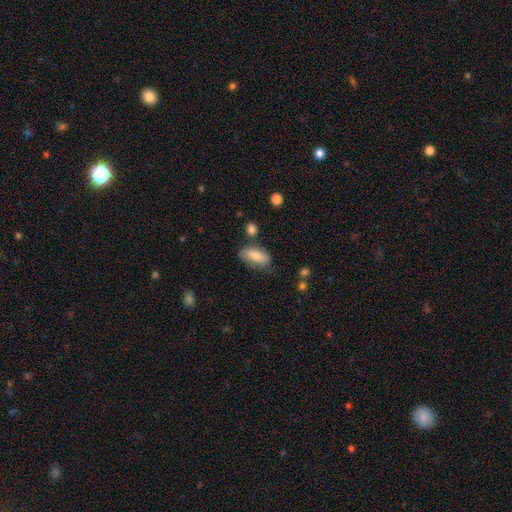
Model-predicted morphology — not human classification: Smooth or featured? Predicted: smooth (p=0.76). How rounded? Predicted: in between (p=0.85). Merging? Predicted: none (p=0.61).